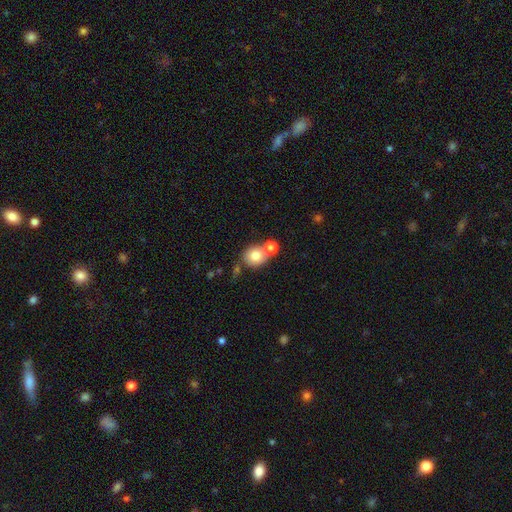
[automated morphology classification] This is likely a smooth galaxy (78%). How rounded: likely round (76%). Merging: possibly none (48%).